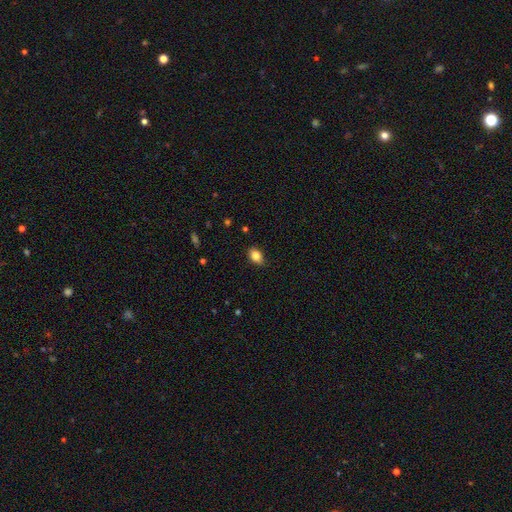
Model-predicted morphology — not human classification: Overall: smooth (85%). How rounded: in between (81%). Merging: none (85%).